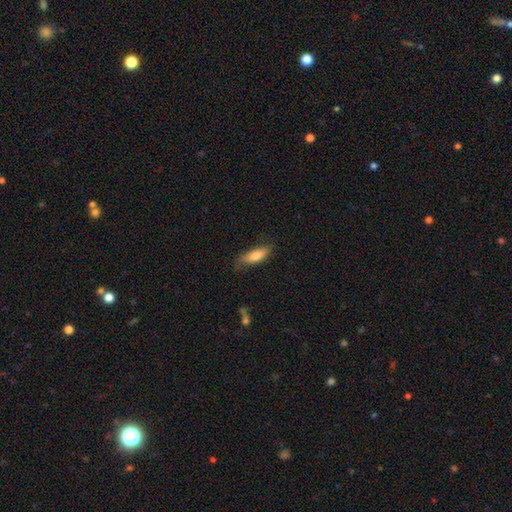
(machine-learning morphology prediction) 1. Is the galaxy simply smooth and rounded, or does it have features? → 80% smooth, 14% featured or disk, 6% star or artifact.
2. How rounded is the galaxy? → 63% in between, 35% cigar-shaped, 2% round.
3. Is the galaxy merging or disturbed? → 66% none, 26% minor disturbance, 6% major disturbance, 2% merger.